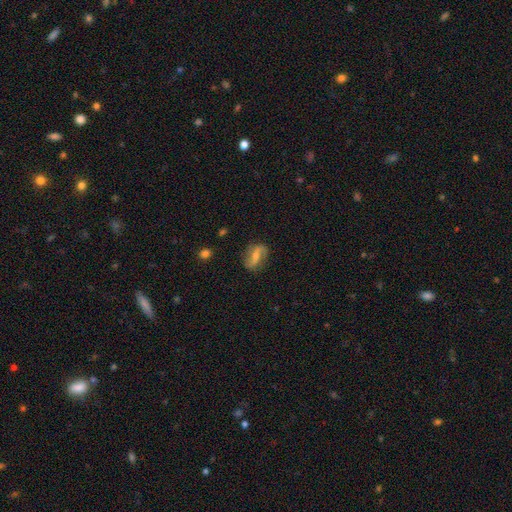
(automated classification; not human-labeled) Overall: featured or disk (68%). Edge-on disk: no (94%). Bar: weak (38%; strong 34%). Spiral arms: yes (89%). Spiral arm count: 2 (90%). Spiral winding: loose (65%). Bulge size: small (47%; moderate 42%). Merging: none (77%).